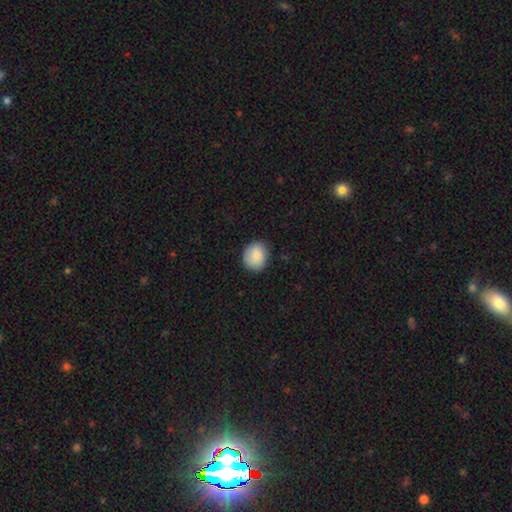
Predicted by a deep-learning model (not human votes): Smooth or featured? Predicted: smooth (p=0.88). How rounded? Predicted: round (p=0.67). Merging? Predicted: none (p=0.84).